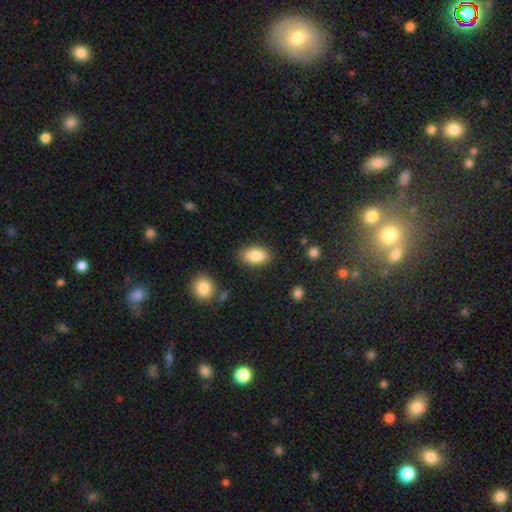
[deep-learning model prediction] Overall: smooth (86%). How rounded: in between (91%). Merging: none (84%).